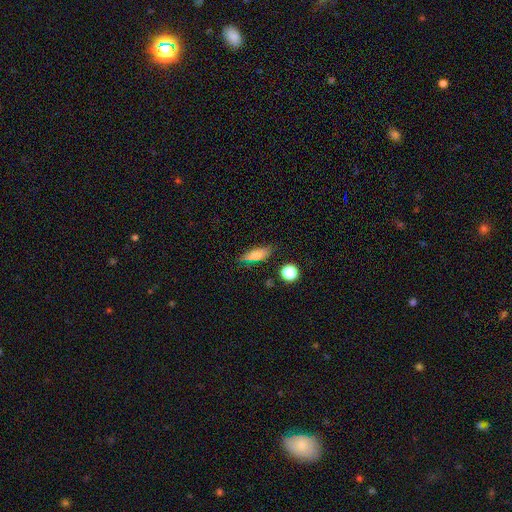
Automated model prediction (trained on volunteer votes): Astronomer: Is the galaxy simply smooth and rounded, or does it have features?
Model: smooth — 75%.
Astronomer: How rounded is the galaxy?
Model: in between — 56% (runner-up: cigar-shaped, 39%).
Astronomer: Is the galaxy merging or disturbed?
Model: none — 75%.